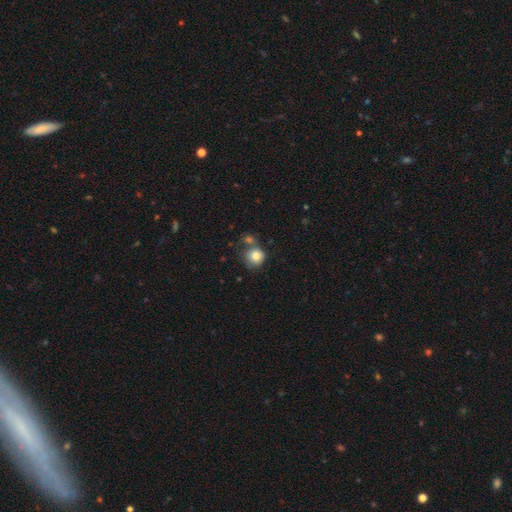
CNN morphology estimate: The model was most divided on "merging": none: 51%, merger: 26%, minor disturbance: 17%, major disturbance: 6%. More confident: how rounded — round (85%); smooth or featured — smooth (82%).